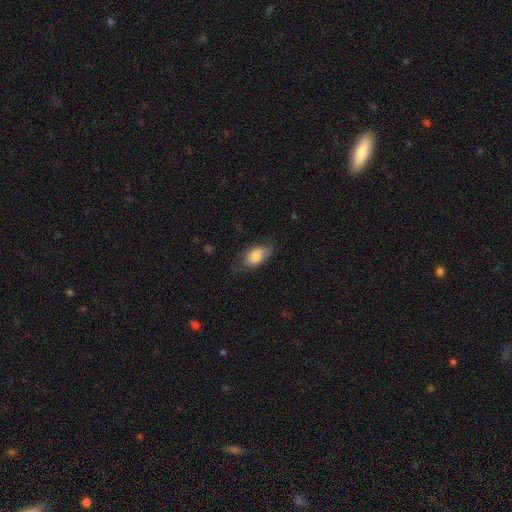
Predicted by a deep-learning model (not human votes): Smooth or featured: smooth — 79% (featured or disk — 14%)
How rounded: in between — 91% (round — 5%)
Merging: none — 63% (minor disturbance — 27%)